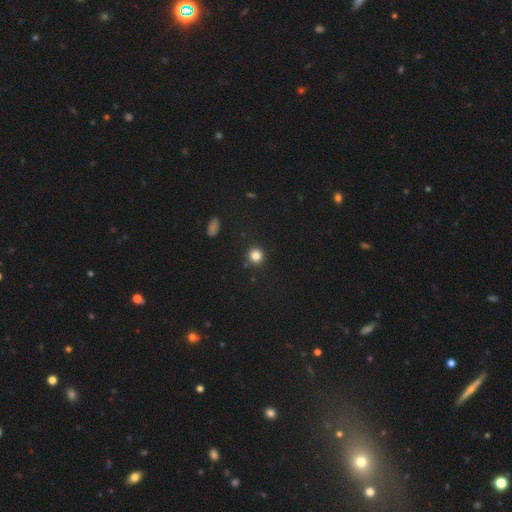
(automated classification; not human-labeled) Q: Smooth or featured?
A: smooth (83%); runner-up: star or artifact (12%)
Q: How rounded?
A: round (93%); runner-up: in between (6%)
Q: Merging?
A: none (90%); runner-up: minor disturbance (6%)